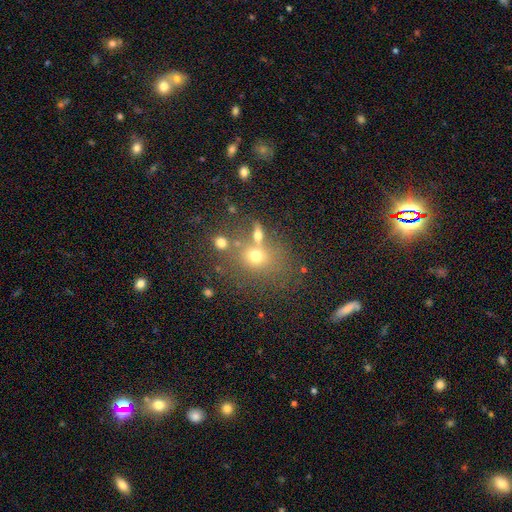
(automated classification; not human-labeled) A smooth galaxy with no disk features (64%) that is round (66%).

Vote fractions:
- Smooth or featured? smooth: 64% / star or artifact: 20% / featured or disk: 16%
- How rounded? round: 66% / in between: 33% / cigar-shaped: 2%
- Merging? none: 56% / merger: 25% / minor disturbance: 12% / major disturbance: 7%